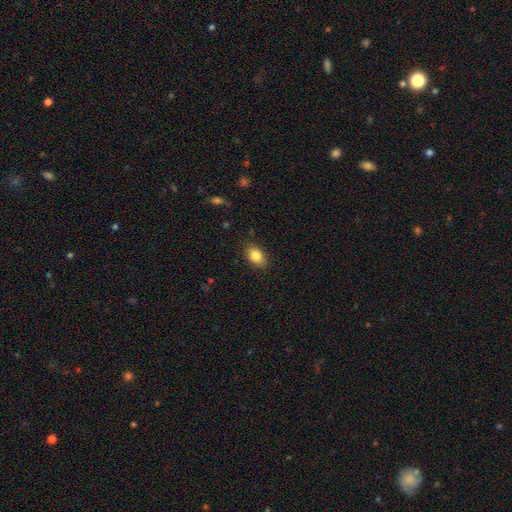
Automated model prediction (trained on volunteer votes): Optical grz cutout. It shows a smooth galaxy with no disk features (85%) that is in between round and cigar-shaped (84%). Merging: none (87%).